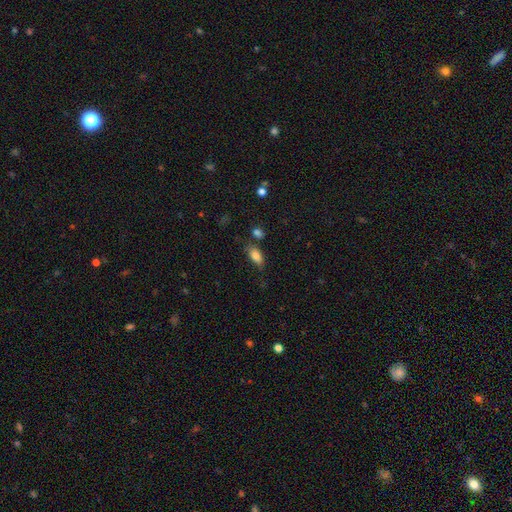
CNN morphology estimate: Smooth or featured? Predicted: smooth (p=0.82). How rounded? Predicted: in between (p=0.88). Merging? Predicted: none (p=0.64).